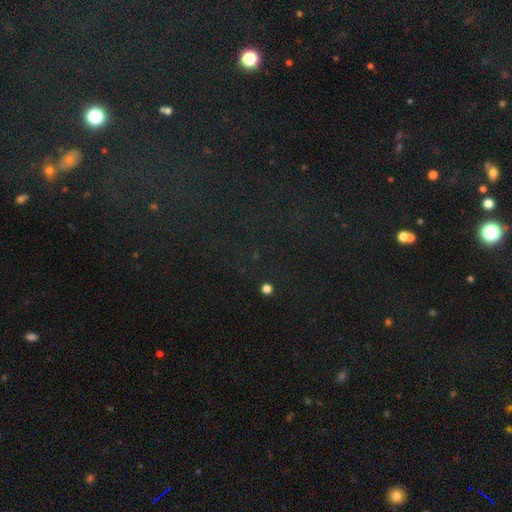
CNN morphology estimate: type=star or artifact (75%).